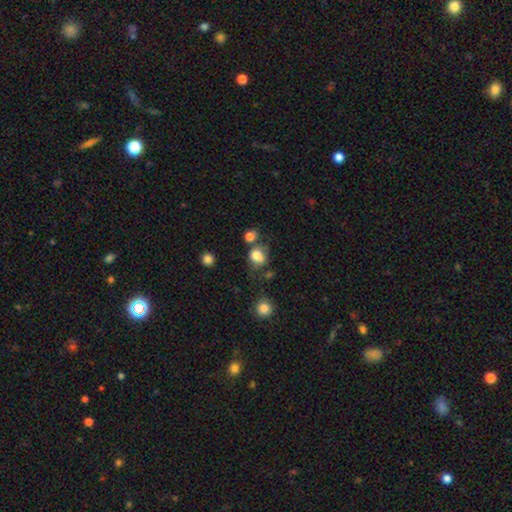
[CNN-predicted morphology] Smooth or featured? Predicted: smooth (p=0.78). How rounded? Predicted: round (p=0.52). Merging? Predicted: none (p=0.51).